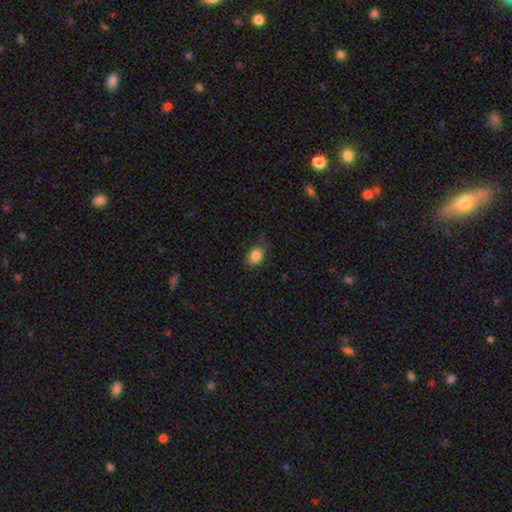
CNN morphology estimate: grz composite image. It shows a smooth galaxy with no disk features (84%) that is in between round and cigar-shaped (73%). Merging: none (70%).